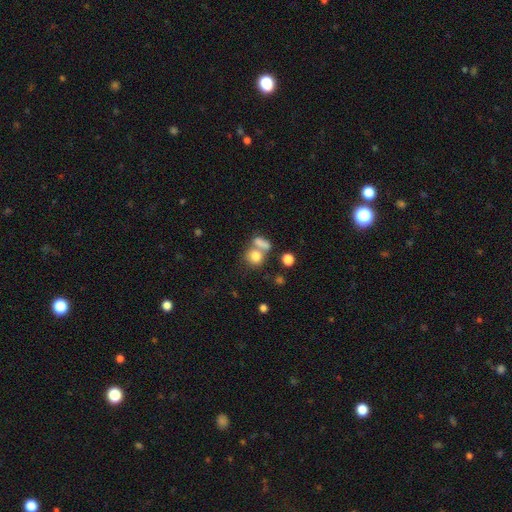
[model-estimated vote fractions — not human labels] A smooth galaxy with no disk features (78%) that is round (70%).

Vote fractions:
- Smooth or featured? smooth: 78% / star or artifact: 11% / featured or disk: 11%
- How rounded? round: 70% / in between: 28% / cigar-shaped: 2%
- Merging? none: 44% / merger: 41% / minor disturbance: 9% / major disturbance: 6%